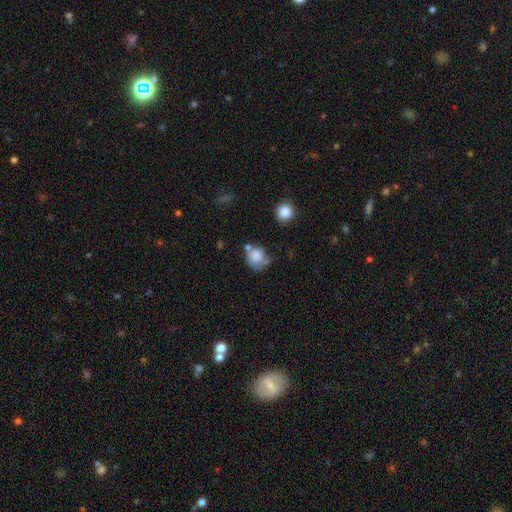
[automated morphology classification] Q: Smooth or featured?
A: smooth (76%); runner-up: featured or disk (15%)
Q: How rounded?
A: round (76%); runner-up: in between (23%)
Q: Merging?
A: none (38%); runner-up: minor disturbance (29%)